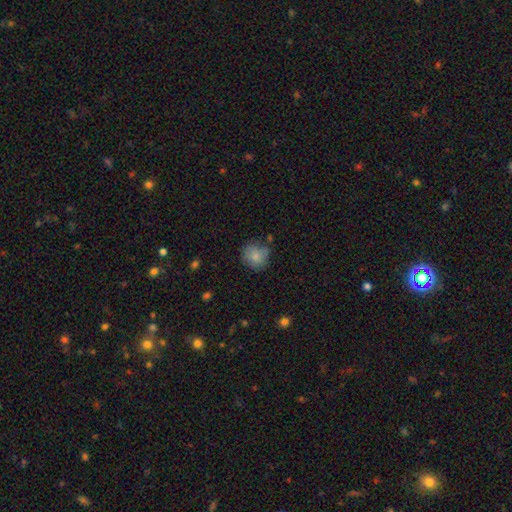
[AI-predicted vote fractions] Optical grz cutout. It shows a smooth galaxy with no disk features (82%) that is round (85%). Merging: none (69%).